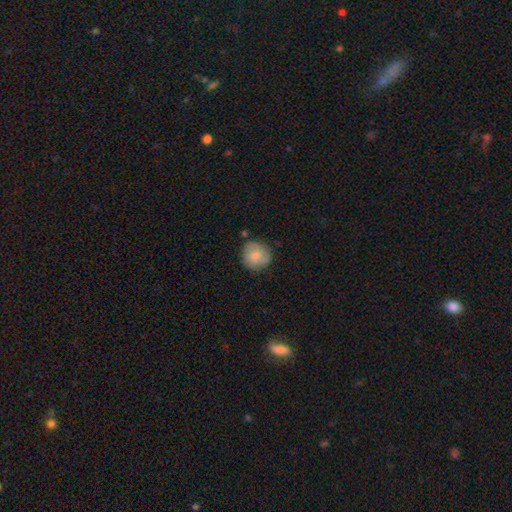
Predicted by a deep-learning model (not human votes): Morphology: type=smooth (74%); roundness=round (88%); merging=none (72%).